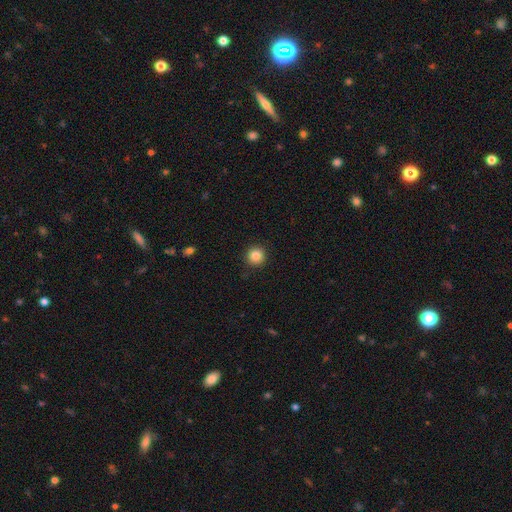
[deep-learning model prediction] Smooth or featured?
  - smooth: 85% *
  - star or artifact: 10%
  - featured or disk: 5%
How rounded?
  - round: 94% *
  - in between: 5%
  - cigar-shaped: 1%
Merging?
  - none: 91% *
  - minor disturbance: 6%
  - major disturbance: 2%
  - merger: 1%